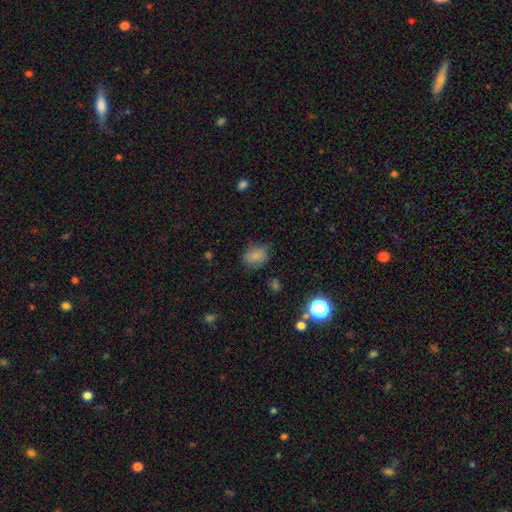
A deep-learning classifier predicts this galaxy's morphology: Smooth or featured? smooth (80%)
How rounded? in between (61%)
Merging? none (68%)